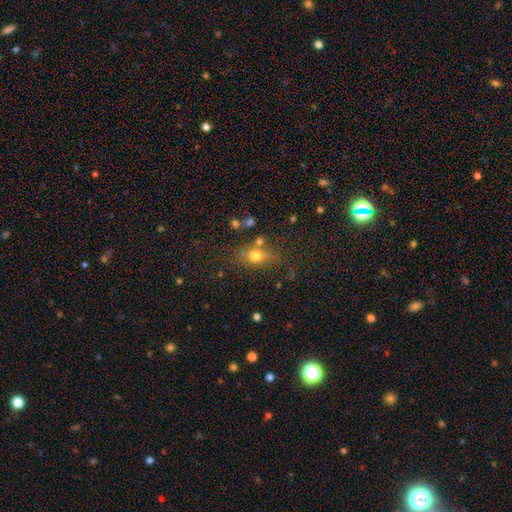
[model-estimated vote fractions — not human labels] A smooth galaxy with no disk features (71%) that is in between round and cigar-shaped (57%). Merging: none (64%).